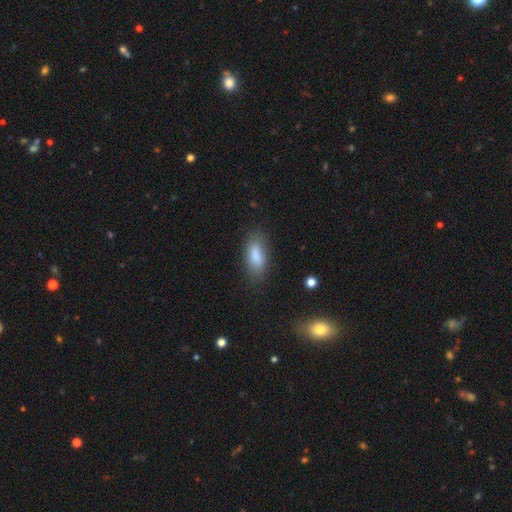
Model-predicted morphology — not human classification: smooth-or-featured: smooth: 85% | featured or disk: 8% | star or artifact: 7%
  how-rounded: in between: 81% | cigar-shaped: 16% | round: 3%
  merging: none: 79% | minor disturbance: 15% | major disturbance: 5% | merger: 2%